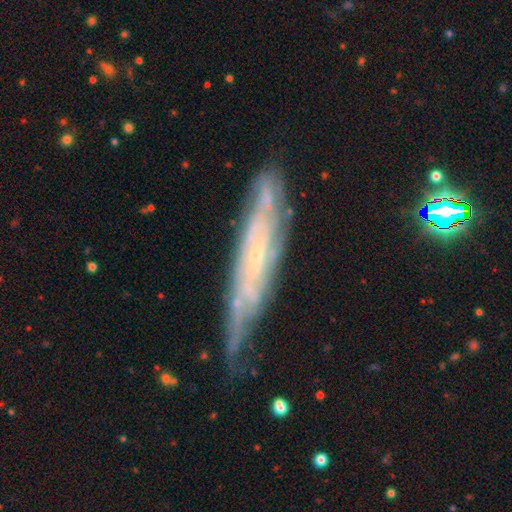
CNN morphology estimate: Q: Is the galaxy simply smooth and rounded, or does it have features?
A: featured or disk — 77%.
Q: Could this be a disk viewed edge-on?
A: no — 52%.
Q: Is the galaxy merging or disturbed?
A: none — 67%.